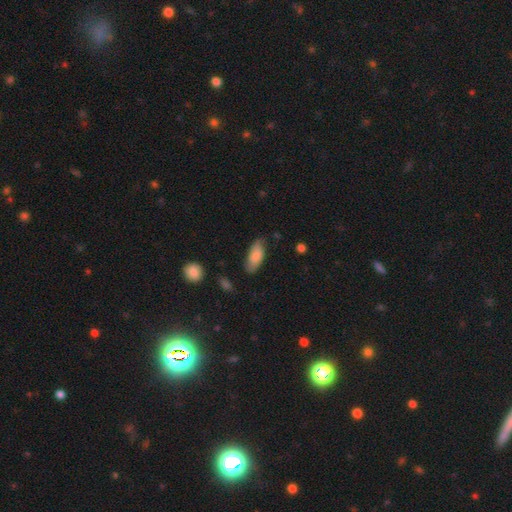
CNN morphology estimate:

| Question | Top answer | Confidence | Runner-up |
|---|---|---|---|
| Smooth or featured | smooth | 79% | featured or disk (14%) |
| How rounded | in between | 86% | cigar-shaped (12%) |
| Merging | none | 68% | minor disturbance (24%) |